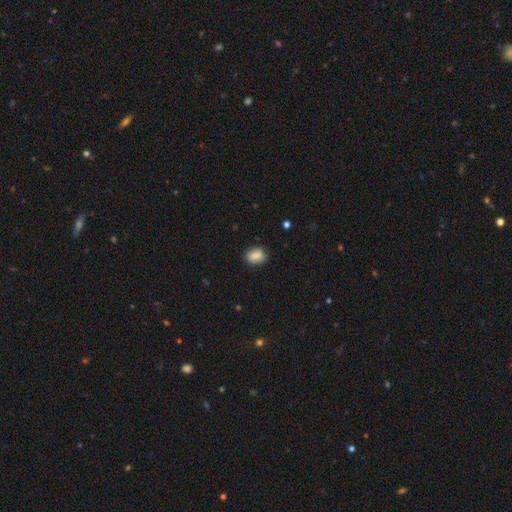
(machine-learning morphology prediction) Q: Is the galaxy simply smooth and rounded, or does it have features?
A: smooth — 83%.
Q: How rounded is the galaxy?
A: in between — 69%.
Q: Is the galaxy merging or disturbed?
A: none — 81%.